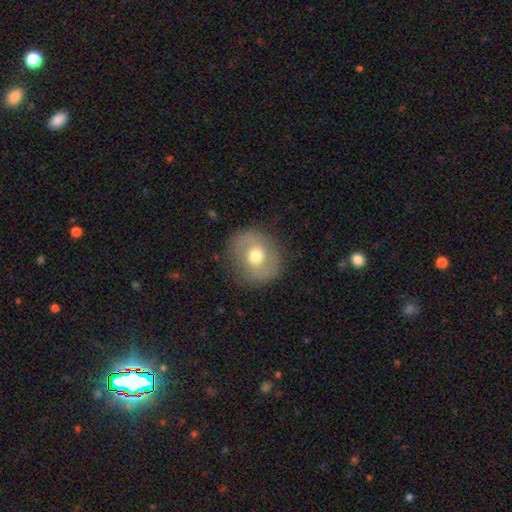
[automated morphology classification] Q: Smooth or featured?
A: featured or disk (48%); runner-up: smooth (44%)
Q: Merging?
A: none (81%); runner-up: minor disturbance (12%)